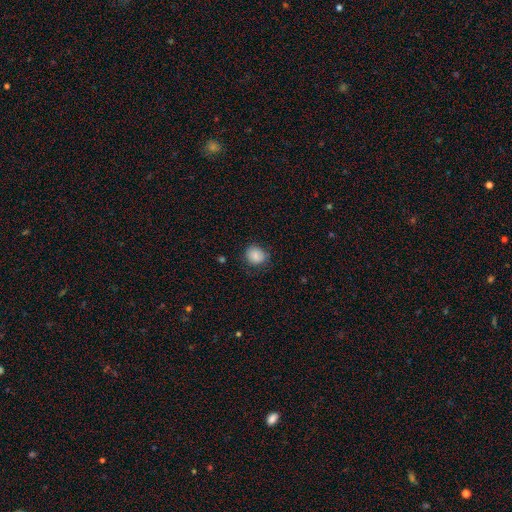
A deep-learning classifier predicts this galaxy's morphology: Q: Smooth or featured?
A: smooth (84%); runner-up: star or artifact (9%)
Q: How rounded?
A: round (74%); runner-up: in between (25%)
Q: Merging?
A: none (75%); runner-up: minor disturbance (19%)